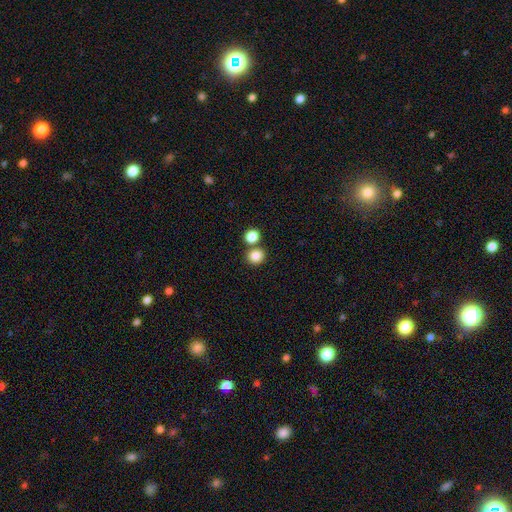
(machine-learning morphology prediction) A smooth galaxy with no disk features (84%) that is round (82%).

Vote fractions:
- Smooth or featured? smooth: 84% / star or artifact: 11% / featured or disk: 5%
- How rounded? round: 82% / in between: 17% / cigar-shaped: 1%
- Merging? none: 65% / merger: 25% / minor disturbance: 7% / major disturbance: 3%